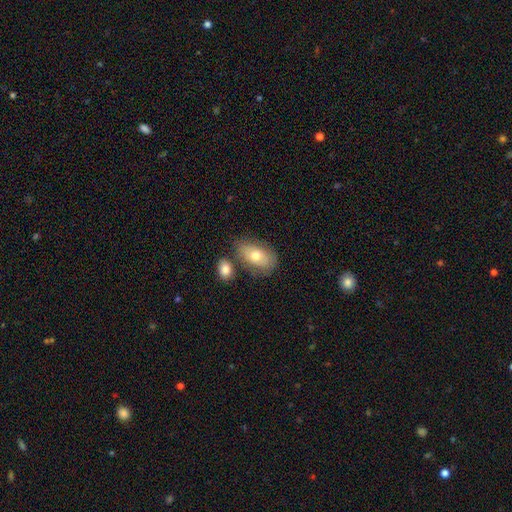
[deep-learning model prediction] smooth-or-featured: smooth: 69% | featured or disk: 24% | star or artifact: 7%
  how-rounded: in between: 90% | round: 8% | cigar-shaped: 2%
  merging: none: 63% | minor disturbance: 17% | merger: 15% | major disturbance: 5%